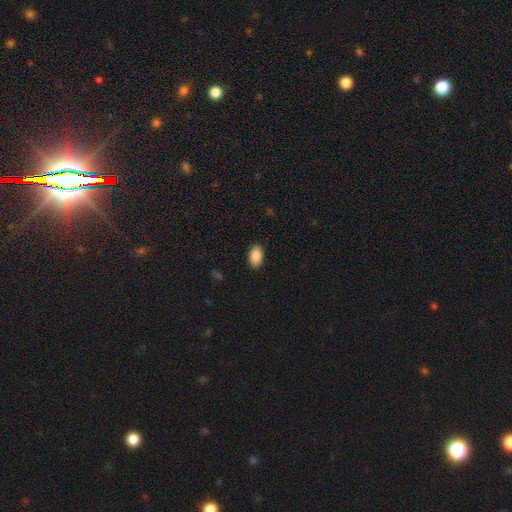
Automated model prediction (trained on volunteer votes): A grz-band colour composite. It shows a smooth galaxy with no disk features (88%) that is in between round and cigar-shaped (94%). Merging: none (89%).